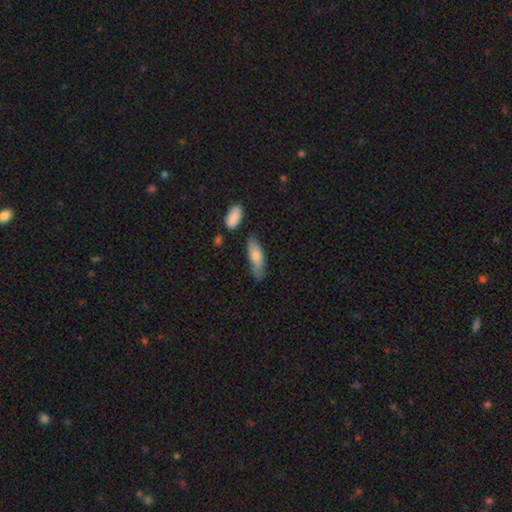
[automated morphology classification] A smooth galaxy with no disk features (74%) that is in between round and cigar-shaped (59%). Merging: none (65%).